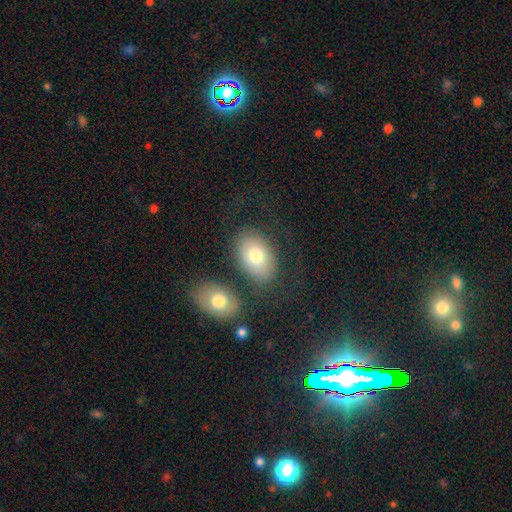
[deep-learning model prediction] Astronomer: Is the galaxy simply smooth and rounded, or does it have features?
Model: smooth — 72%.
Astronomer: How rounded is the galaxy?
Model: in between — 82%.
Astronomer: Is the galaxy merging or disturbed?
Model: none — 69%.